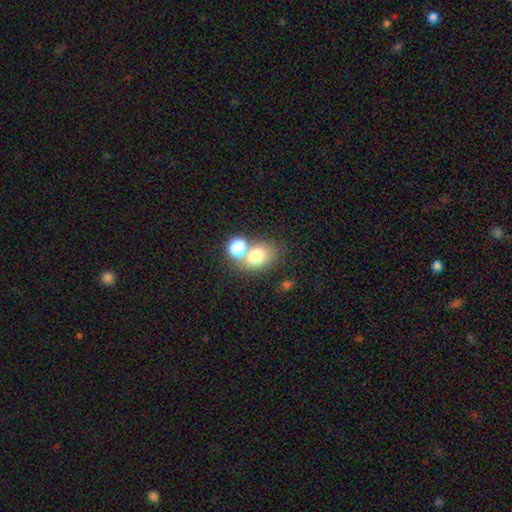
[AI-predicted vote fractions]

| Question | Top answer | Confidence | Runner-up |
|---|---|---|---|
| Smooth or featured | smooth | 75% | featured or disk (14%) |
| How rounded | in between | 60% | round (39%) |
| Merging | merger | 48% | none (38%) |